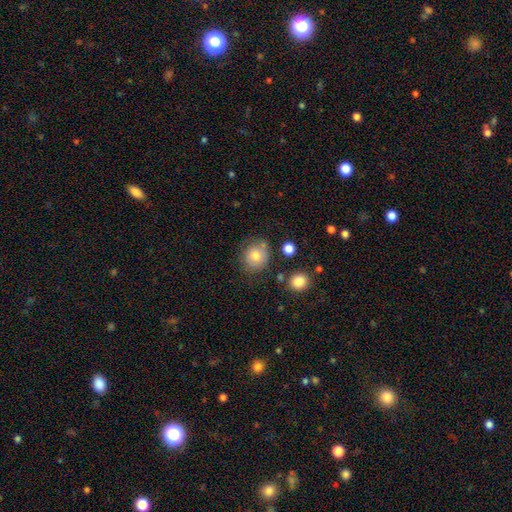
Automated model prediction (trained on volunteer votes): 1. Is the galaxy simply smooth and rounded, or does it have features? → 77% smooth, 13% featured or disk, 10% star or artifact.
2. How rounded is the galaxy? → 76% round, 23% in between, 1% cigar-shaped.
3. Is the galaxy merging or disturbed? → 72% none, 17% minor disturbance, 6% merger, 5% major disturbance.